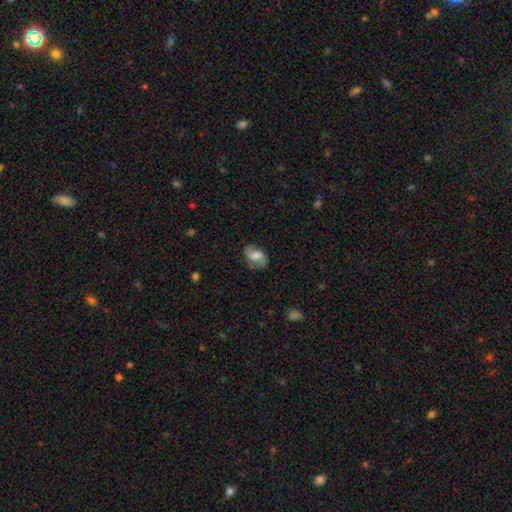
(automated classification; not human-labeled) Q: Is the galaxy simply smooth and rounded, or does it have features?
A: featured or disk — 49%.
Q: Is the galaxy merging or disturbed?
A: none — 69%.